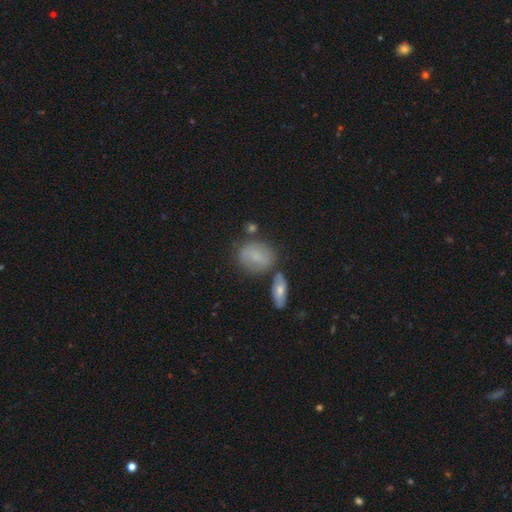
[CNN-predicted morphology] smooth_or_featured: smooth (p=0.69) [alt: featured or disk p=0.21]
how_rounded: in between (p=0.66) [alt: round p=0.32]
merging: none (p=0.60) [alt: minor disturbance p=0.21]